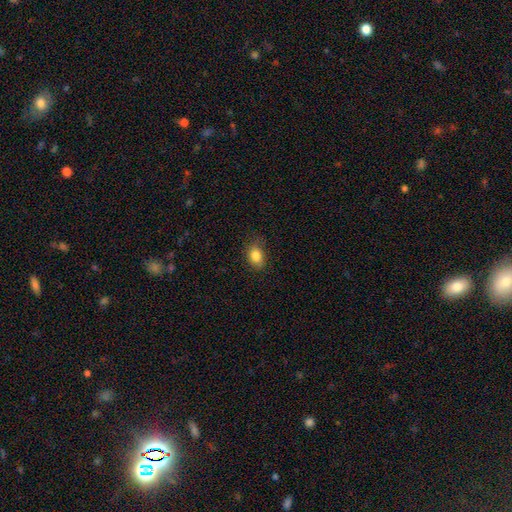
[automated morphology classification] This appears to be a smooth galaxy with no disk features (84%) that is in between round and cigar-shaped (76%). Merging: none (78%).